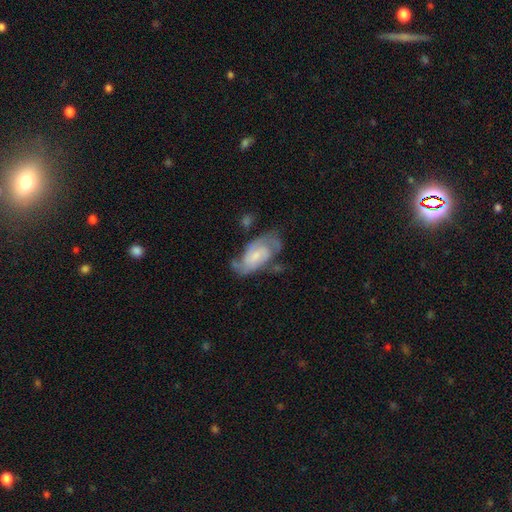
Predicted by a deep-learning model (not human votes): The model was most divided on "bar": no: 46%, weak: 43%, strong: 11%. Remaining: edge-on disk — no (96%); spiral arms — yes (91%); smooth or featured — featured or disk (75%); spiral arm count — 2 (69%); merging — none (53%); spiral winding — medium (45%); bulge size — small (45%).